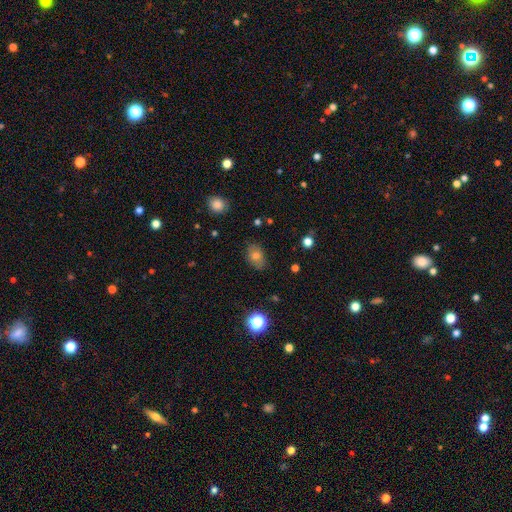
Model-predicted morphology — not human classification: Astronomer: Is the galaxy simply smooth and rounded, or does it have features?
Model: smooth — 75%.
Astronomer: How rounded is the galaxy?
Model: in between — 80%.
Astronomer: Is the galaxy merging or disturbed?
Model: none — 81%.